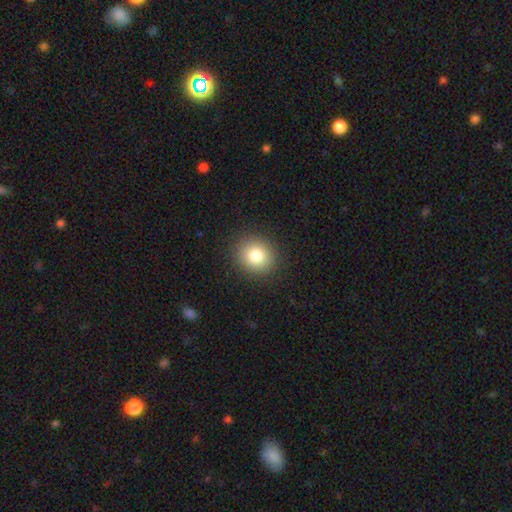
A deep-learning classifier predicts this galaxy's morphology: type=smooth (81%); roundness=round (83%); merging=none (90%).